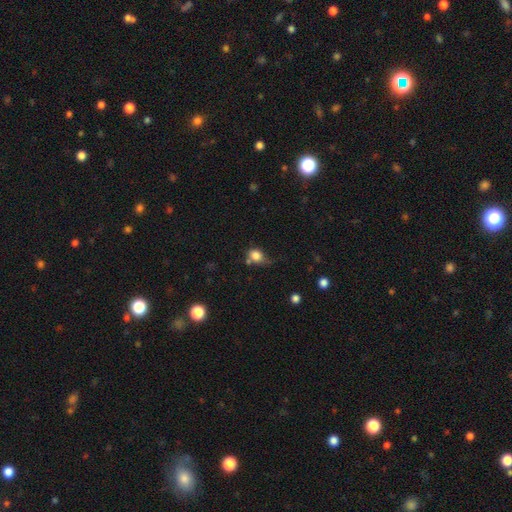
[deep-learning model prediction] smooth 81%, star or artifact 11%, featured or disk 9%. Down the decision tree: how rounded — round (58%); merging — none (42%).